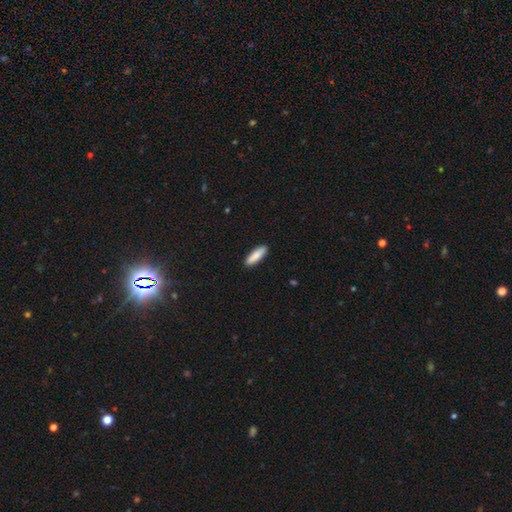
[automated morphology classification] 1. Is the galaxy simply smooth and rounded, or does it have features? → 86% smooth, 9% featured or disk, 5% star or artifact.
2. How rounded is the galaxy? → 63% cigar-shaped, 35% in between, 2% round.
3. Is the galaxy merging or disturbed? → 90% none, 7% minor disturbance, 2% major disturbance, 1% merger.